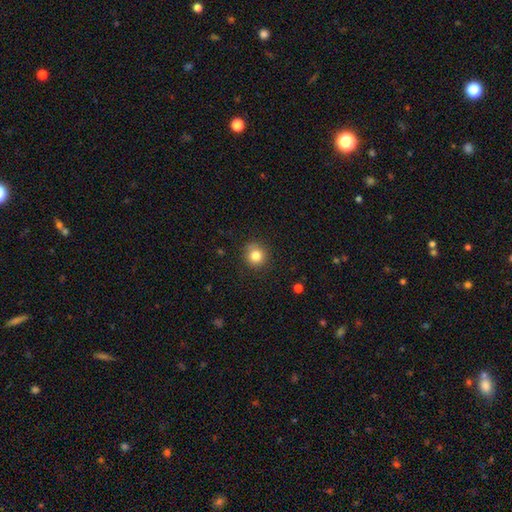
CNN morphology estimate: Smooth or featured? Predicted: smooth (p=0.83). How rounded? Predicted: round (p=0.92). Merging? Predicted: none (p=0.87).